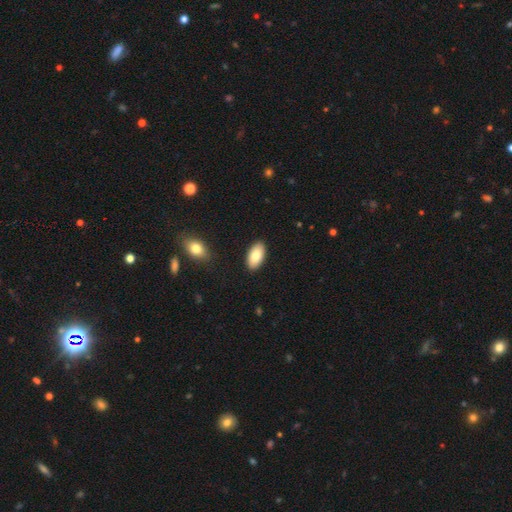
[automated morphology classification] This is clearly a smooth galaxy (83%). How rounded: clearly in between (94%). Merging: clearly none (89%).